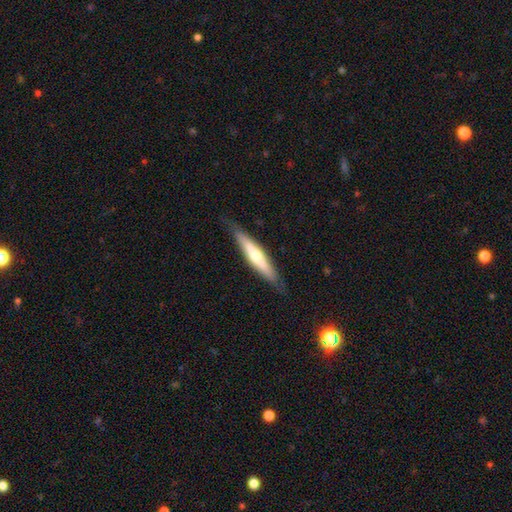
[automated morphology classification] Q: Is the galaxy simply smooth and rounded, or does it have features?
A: featured or disk — 48%.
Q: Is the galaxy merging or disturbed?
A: none — 83%.